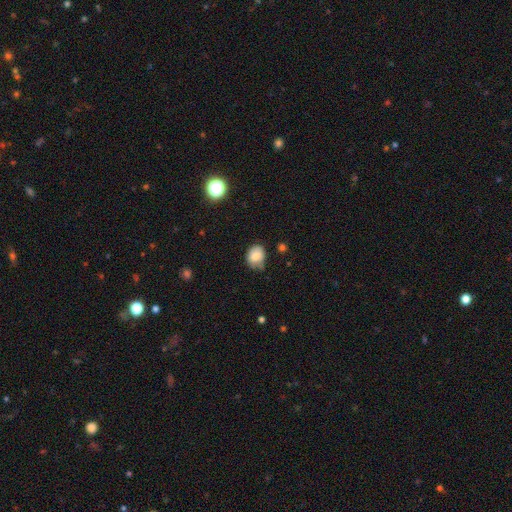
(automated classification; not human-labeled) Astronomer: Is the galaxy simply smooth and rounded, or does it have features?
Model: smooth — 76%.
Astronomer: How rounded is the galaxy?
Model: round — 54% (runner-up: in between, 45%).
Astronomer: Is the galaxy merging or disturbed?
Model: none — 58% (runner-up: minor disturbance, 33%).